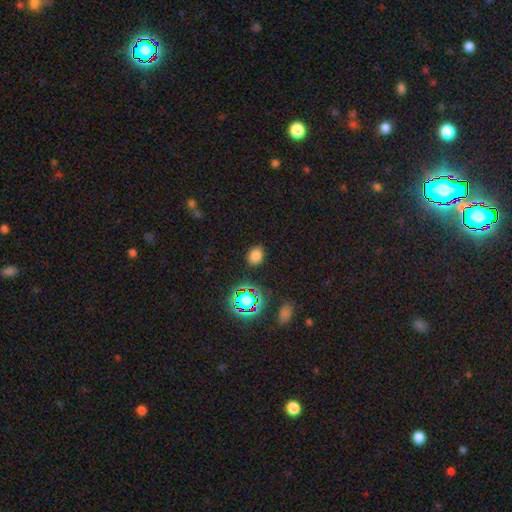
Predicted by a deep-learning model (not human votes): A smooth galaxy with no disk features (74%) that is round (52%).

Vote fractions:
- Smooth or featured? smooth: 74% / star or artifact: 20% / featured or disk: 6%
- How rounded? round: 52% / in between: 47% / cigar-shaped: 1%
- Merging? none: 85% / minor disturbance: 11% / major disturbance: 3% / merger: 2%